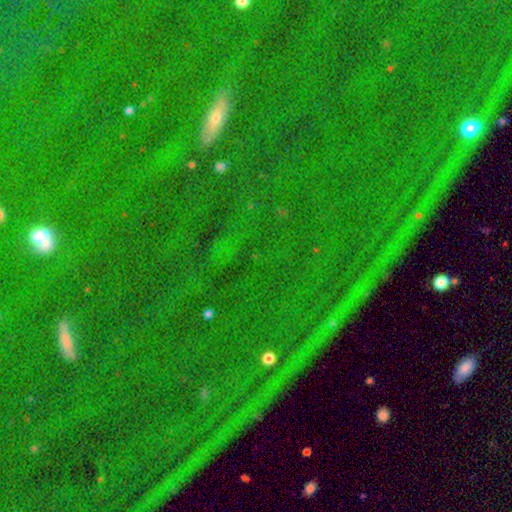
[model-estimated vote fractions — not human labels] Overall: star or artifact (78%).